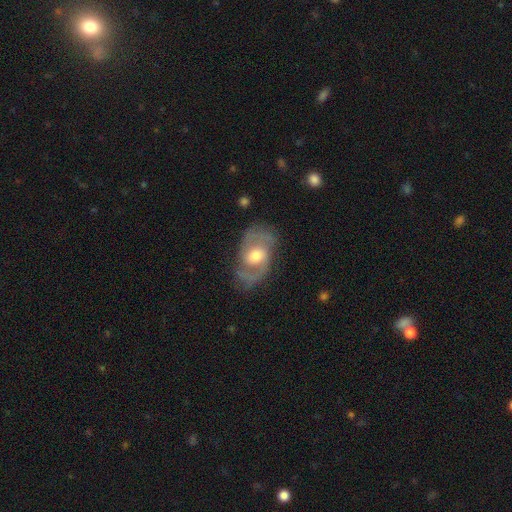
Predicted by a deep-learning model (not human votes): A featured or disk galaxy (82%) with no bar (50%), 2 (86%) medium (54%) spiral arms (92%) and a moderate central bulge (68%). Merging: none (71%).